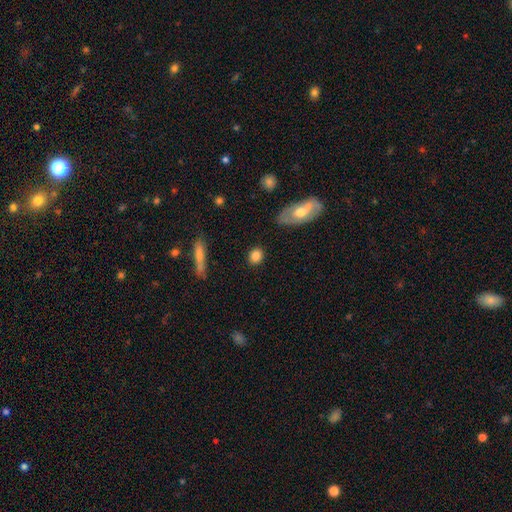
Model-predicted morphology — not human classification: smooth-or-featured: smooth: 85% | featured or disk: 8% | star or artifact: 8%
  how-rounded: round: 58% | in between: 38% | cigar-shaped: 4%
  merging: none: 86% | minor disturbance: 9% | major disturbance: 3% | merger: 2%